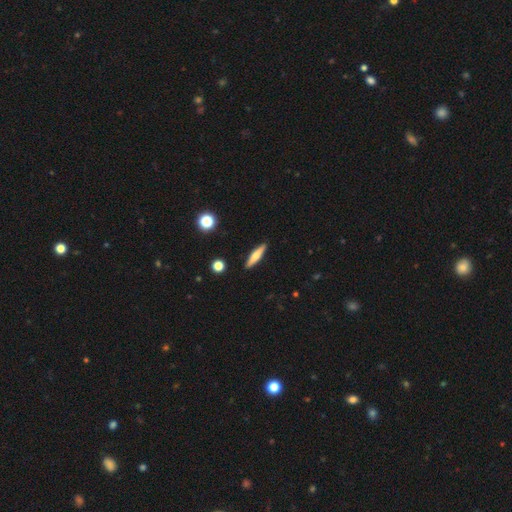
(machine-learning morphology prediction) smooth_or_featured: smooth (p=0.57) [alt: featured or disk p=0.36]
how_rounded: cigar-shaped (p=0.81) [alt: in between p=0.17]
merging: none (p=0.90) [alt: minor disturbance p=0.07]